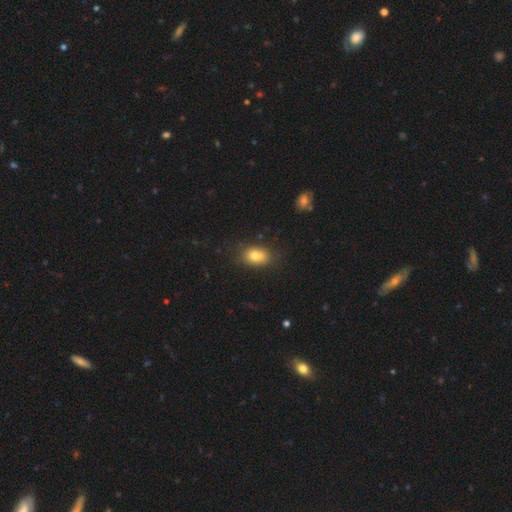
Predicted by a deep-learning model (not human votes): Smooth or featured?
  - smooth: 80% *
  - featured or disk: 10%
  - star or artifact: 10%
How rounded?
  - in between: 79% *
  - round: 19%
  - cigar-shaped: 1%
Merging?
  - none: 81% *
  - minor disturbance: 13%
  - major disturbance: 4%
  - merger: 2%